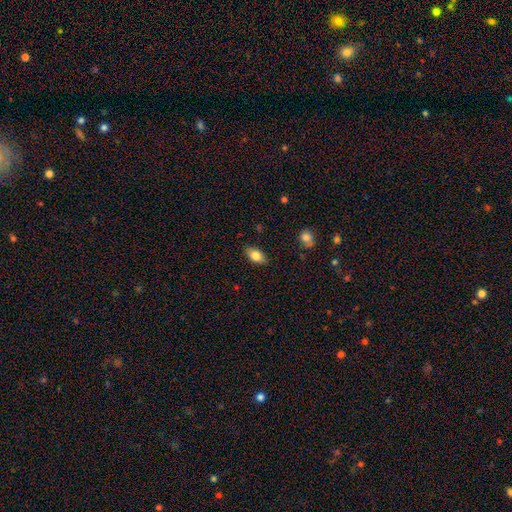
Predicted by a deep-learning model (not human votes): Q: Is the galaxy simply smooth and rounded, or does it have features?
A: smooth — 81%.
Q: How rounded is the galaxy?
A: in between — 89%.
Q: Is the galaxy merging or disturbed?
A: none — 85%.